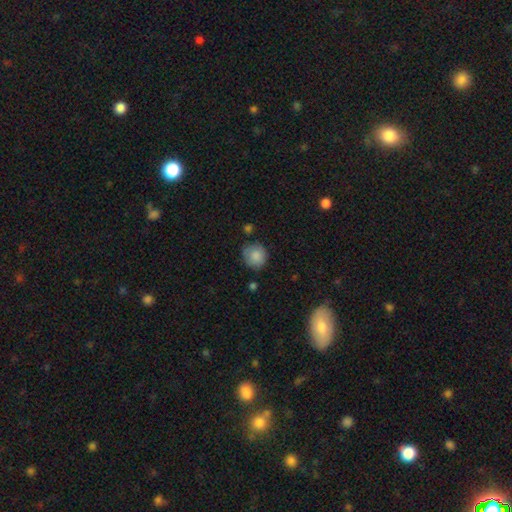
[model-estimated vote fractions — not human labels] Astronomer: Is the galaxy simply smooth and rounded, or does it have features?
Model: smooth — 85%.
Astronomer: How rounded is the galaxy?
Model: round — 87%.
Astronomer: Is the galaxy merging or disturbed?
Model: none — 74%.